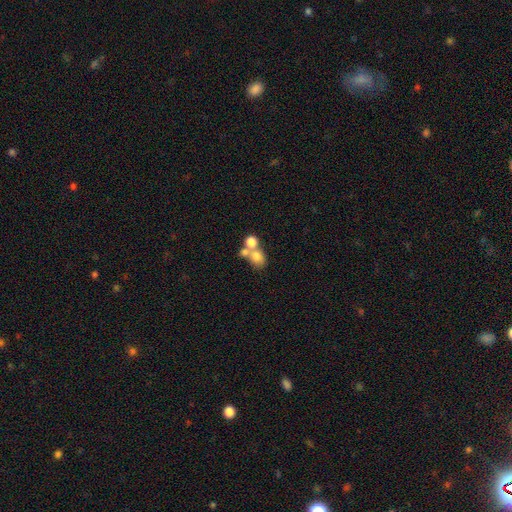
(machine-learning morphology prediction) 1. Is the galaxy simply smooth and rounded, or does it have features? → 71% smooth, 17% featured or disk, 12% star or artifact.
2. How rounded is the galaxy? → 66% round, 33% in between, 1% cigar-shaped.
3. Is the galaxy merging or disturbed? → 55% merger, 33% none, 7% minor disturbance, 5% major disturbance.